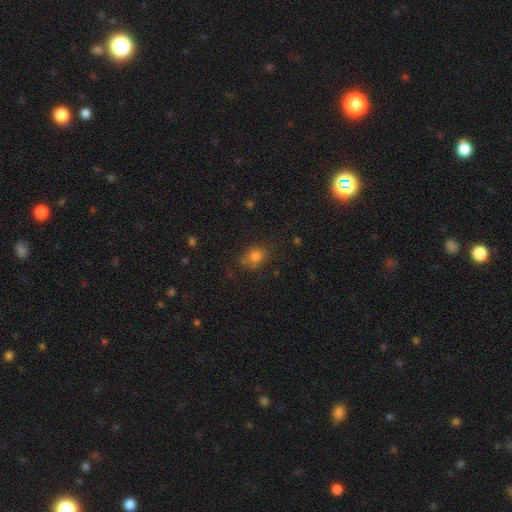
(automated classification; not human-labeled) The model was most divided on "how rounded": round: 51%, in between: 48%, cigar-shaped: 1%. More confident: smooth or featured — smooth (79%); merging — none (71%).